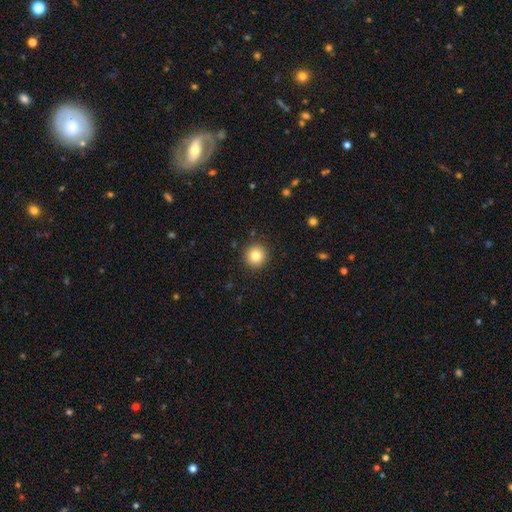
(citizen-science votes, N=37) Morphology: type=smooth (92%); roundness=round (94%); merging=none (97%).